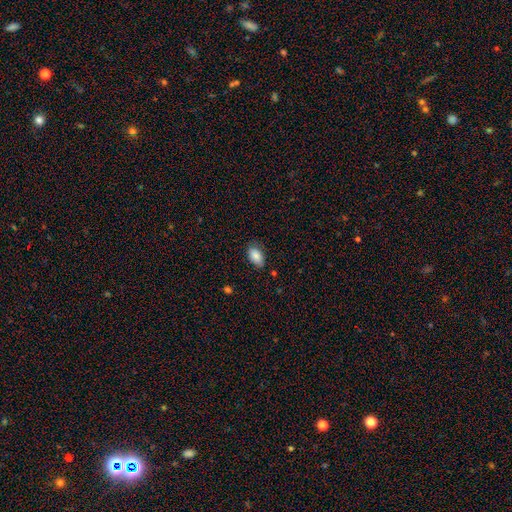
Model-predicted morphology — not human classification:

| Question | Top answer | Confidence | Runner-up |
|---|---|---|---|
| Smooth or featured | smooth | 86% | star or artifact (7%) |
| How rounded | in between | 93% | round (5%) |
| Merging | none | 75% | minor disturbance (20%) |